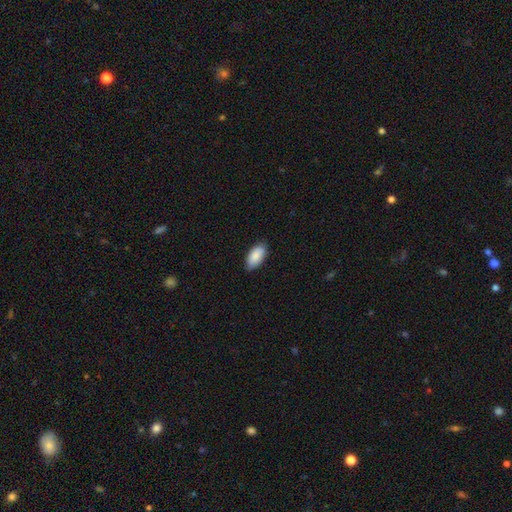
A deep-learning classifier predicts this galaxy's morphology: Smooth or featured: smooth — 89% (star or artifact — 6%)
How rounded: in between — 93% (cigar-shaped — 5%)
Merging: none — 83% (minor disturbance — 14%)